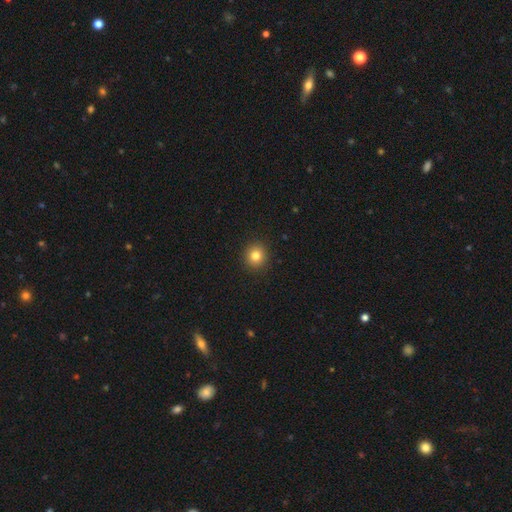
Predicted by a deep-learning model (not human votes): A smooth galaxy with no disk features (81%) that is round (90%). Merging: none (92%).